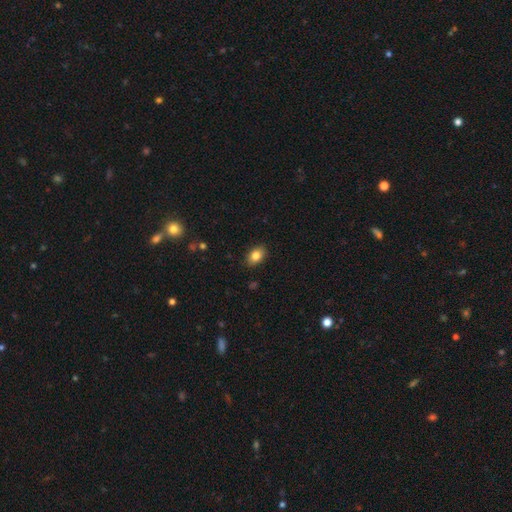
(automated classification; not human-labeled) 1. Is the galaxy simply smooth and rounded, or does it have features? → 83% smooth, 9% star or artifact, 8% featured or disk.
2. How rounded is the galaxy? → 82% in between, 17% round, 1% cigar-shaped.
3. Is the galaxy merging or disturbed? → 87% none, 10% minor disturbance, 2% major disturbance, 1% merger.